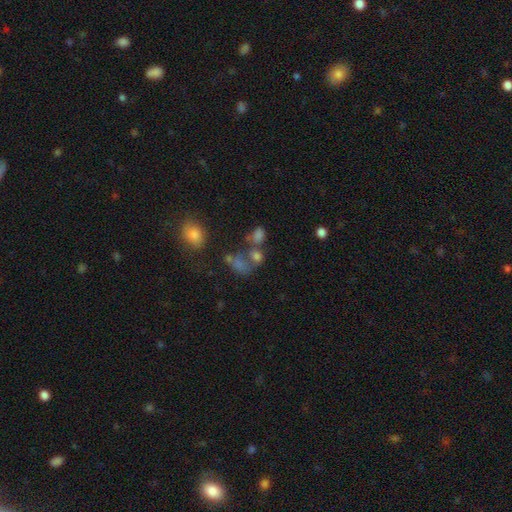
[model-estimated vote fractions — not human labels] Q: Smooth or featured?
A: smooth (42%); runner-up: star or artifact (34%)
Q: Merging?
A: none (37%); tied with: merger (37%)